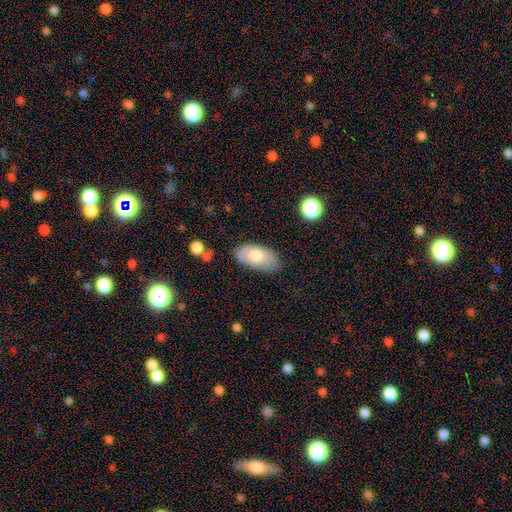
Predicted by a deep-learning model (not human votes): smooth_or_featured: smooth (p=0.70) [alt: featured or disk p=0.24]
how_rounded: in between (p=0.94) [alt: round p=0.03]
merging: none (p=0.76) [alt: minor disturbance p=0.18]